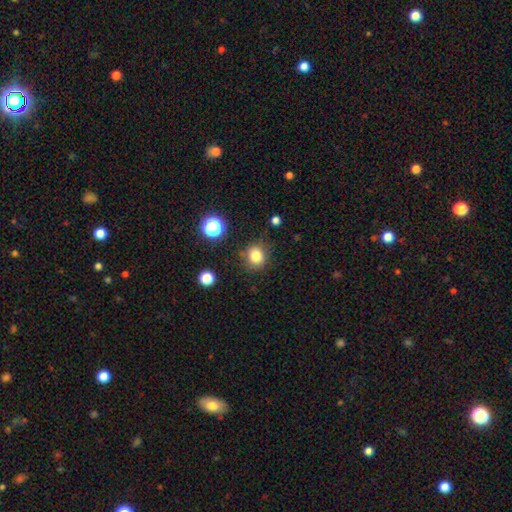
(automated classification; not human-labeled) Smooth or featured?
  - smooth: 81% *
  - star or artifact: 13%
  - featured or disk: 6%
How rounded?
  - round: 83% *
  - in between: 16%
  - cigar-shaped: 1%
Merging?
  - none: 81% *
  - minor disturbance: 13%
  - major disturbance: 4%
  - merger: 3%